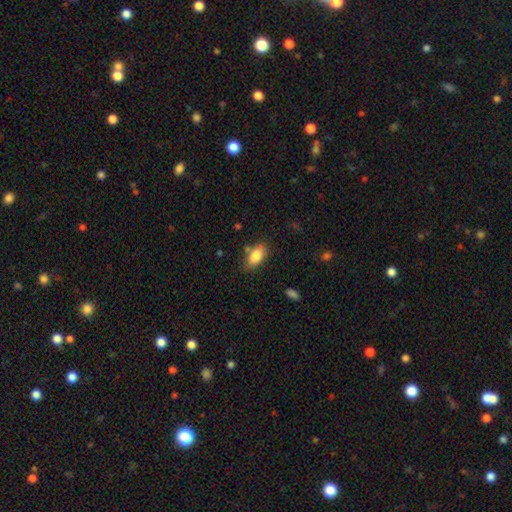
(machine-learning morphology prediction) Smooth or featured?
  - smooth: 84% *
  - featured or disk: 8%
  - star or artifact: 8%
How rounded?
  - in between: 89% *
  - round: 7%
  - cigar-shaped: 4%
Merging?
  - none: 69% *
  - minor disturbance: 20%
  - merger: 5%
  - major disturbance: 5%